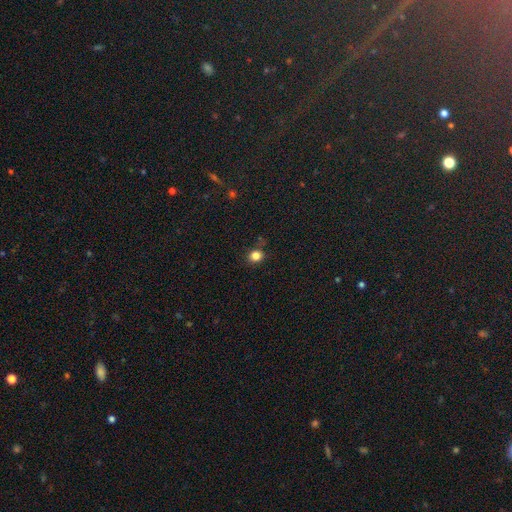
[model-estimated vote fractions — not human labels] smooth_or_featured: smooth (p=0.82) [alt: star or artifact p=0.13]
how_rounded: round (p=0.76) [alt: in between p=0.23]
merging: none (p=0.82) [alt: minor disturbance p=0.12]